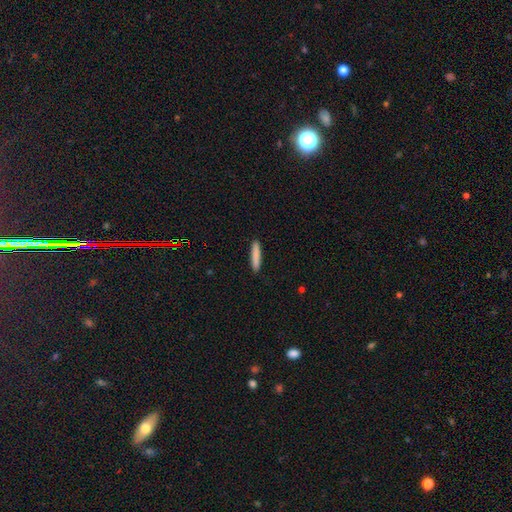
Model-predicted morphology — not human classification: A smooth galaxy with no disk features (86%) that is cigar-shaped (90%). Merging: none (91%).